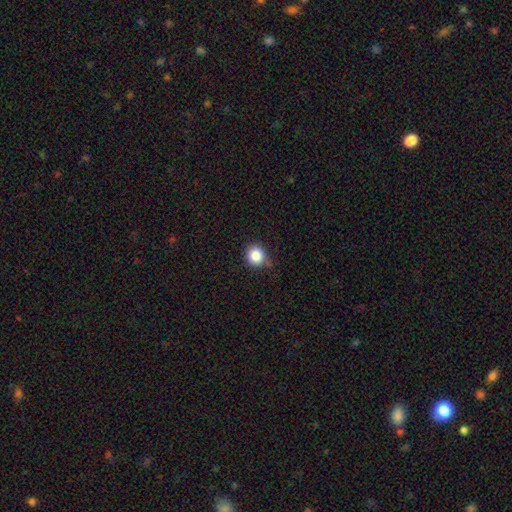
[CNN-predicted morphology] Smooth or featured? smooth (86%)
How rounded? round (91%)
Merging? none (77%)